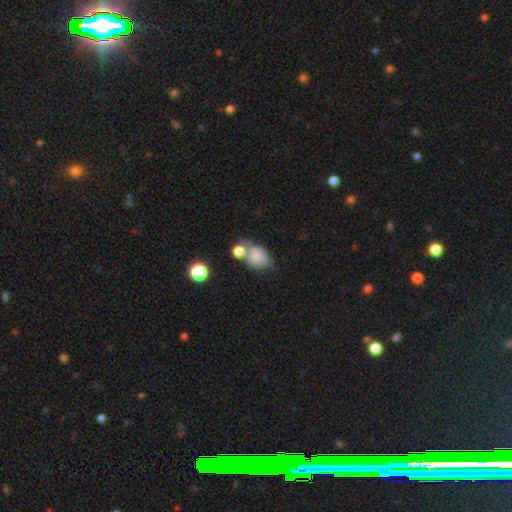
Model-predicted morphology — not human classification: A smooth galaxy with no disk features (73%) that is in between round and cigar-shaped (70%).

Vote fractions:
- Smooth or featured? smooth: 73% / featured or disk: 17% / star or artifact: 10%
- How rounded? in between: 70% / round: 28% / cigar-shaped: 1%
- Merging? merger: 39% / none: 31% / minor disturbance: 19% / major disturbance: 12%